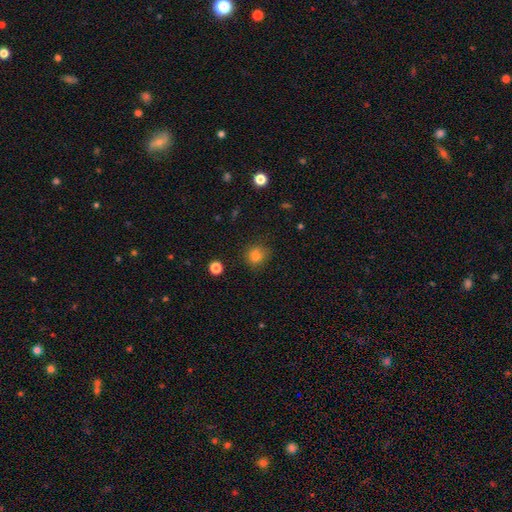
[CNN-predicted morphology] This is clearly a smooth galaxy (81%). How rounded: likely round (78%). Merging: likely none (77%).